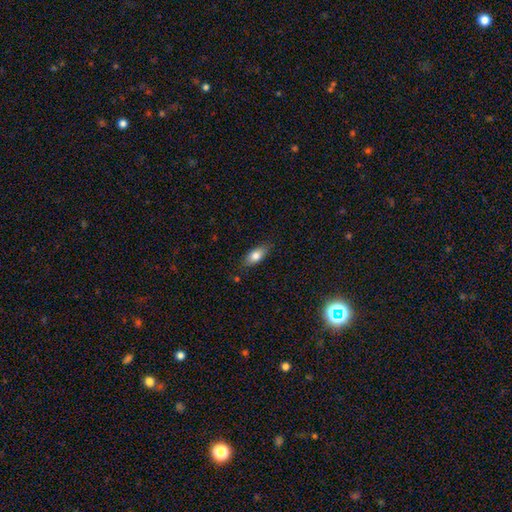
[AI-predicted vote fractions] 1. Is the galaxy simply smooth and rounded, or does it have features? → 78% smooth, 14% featured or disk, 7% star or artifact.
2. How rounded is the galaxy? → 82% in between, 14% cigar-shaped, 4% round.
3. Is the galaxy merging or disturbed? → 82% none, 14% minor disturbance, 3% major disturbance, 1% merger.